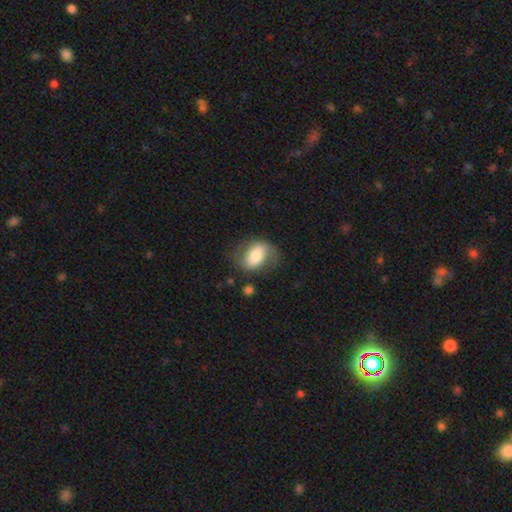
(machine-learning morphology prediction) Smooth or featured?
  - smooth: 52% *
  - featured or disk: 40%
  - star or artifact: 7%
How rounded?
  - in between: 75% *
  - round: 23%
  - cigar-shaped: 2%
Merging?
  - none: 56% *
  - minor disturbance: 25%
  - major disturbance: 16%
  - merger: 3%